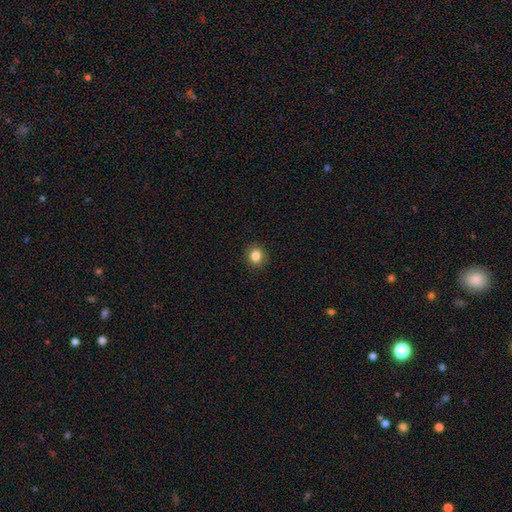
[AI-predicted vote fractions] Q: Smooth or featured?
A: smooth (85%); runner-up: star or artifact (10%)
Q: How rounded?
A: round (82%); runner-up: in between (17%)
Q: Merging?
A: none (91%); runner-up: minor disturbance (6%)